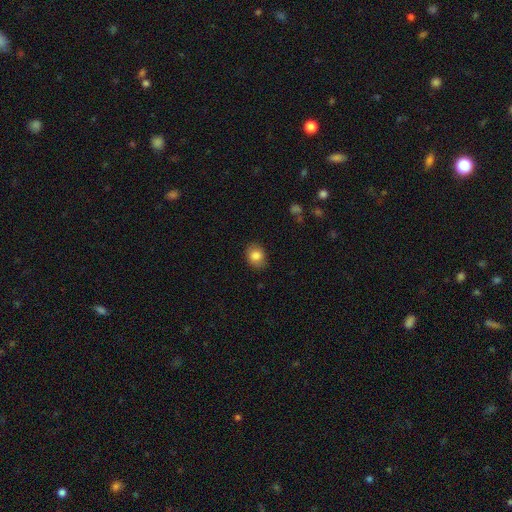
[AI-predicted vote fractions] Smooth or featured? Predicted: smooth (p=0.84). How rounded? Predicted: in between (p=0.54). Merging? Predicted: none (p=0.83).